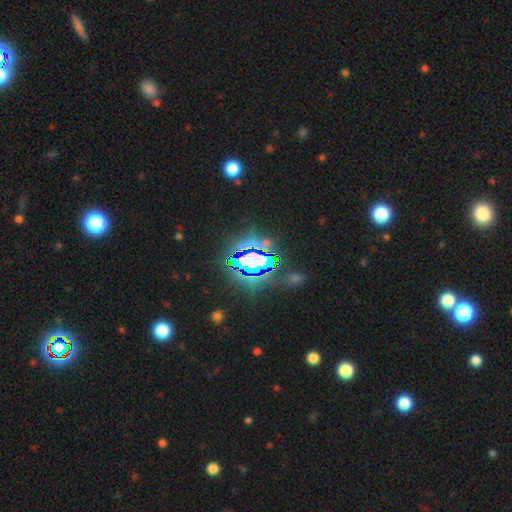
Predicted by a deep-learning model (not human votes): Smooth or featured? star or artifact (75%)